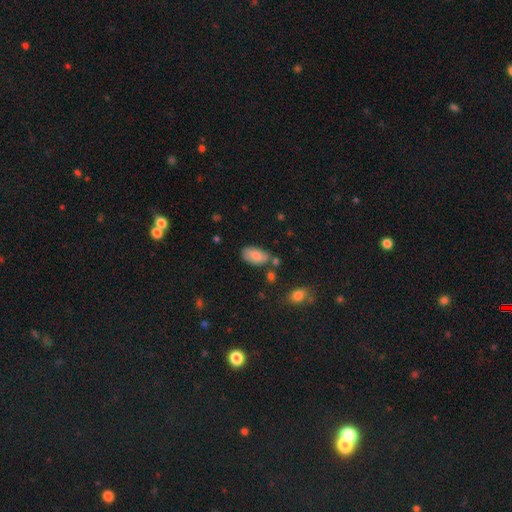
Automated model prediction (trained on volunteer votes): Smooth or featured? Predicted: smooth (p=0.82). How rounded? Predicted: in between (p=0.94). Merging? Predicted: none (p=0.66).